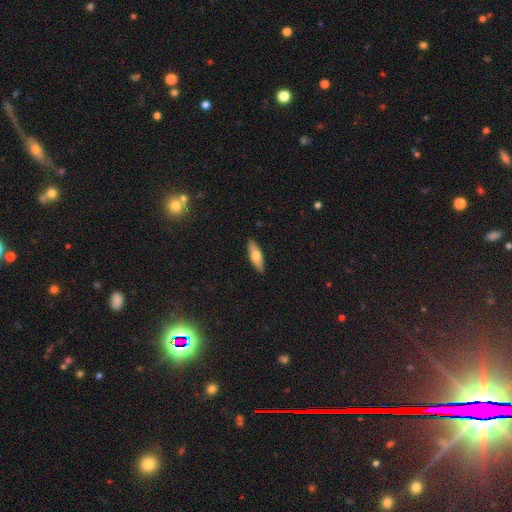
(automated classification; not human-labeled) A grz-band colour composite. It shows a smooth galaxy with no disk features (66%) that is cigar-shaped (49%, tied with in between). Merging: none (89%).